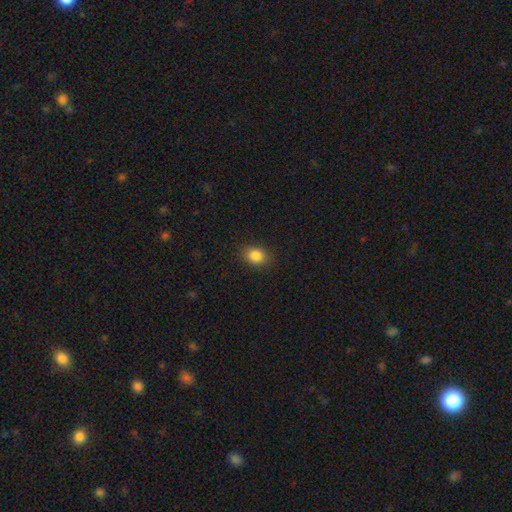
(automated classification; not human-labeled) This is clearly a smooth galaxy (85%). How rounded: possibly in between (56%). Merging: clearly none (87%).